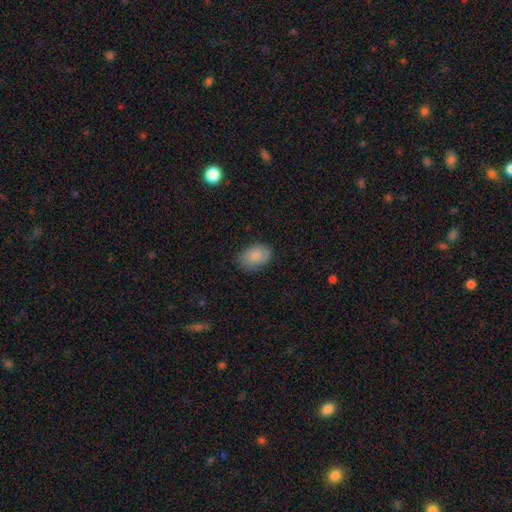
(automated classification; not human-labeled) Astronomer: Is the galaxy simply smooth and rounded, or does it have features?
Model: smooth — 85%.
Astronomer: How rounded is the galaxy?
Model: in between — 83%.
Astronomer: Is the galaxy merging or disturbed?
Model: none — 78%.